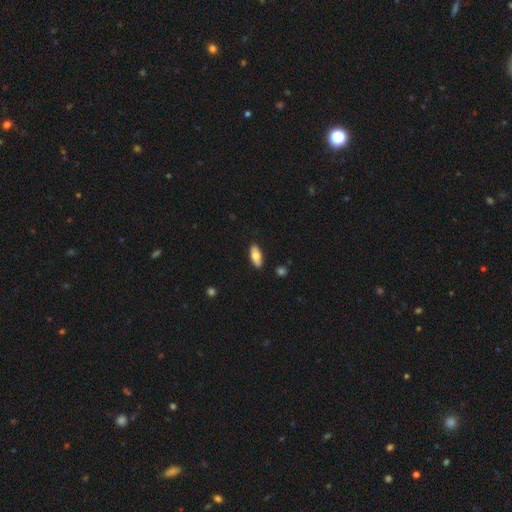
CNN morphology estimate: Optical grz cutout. It shows a smooth galaxy with no disk features (77%) that is in between round and cigar-shaped (82%). Merging: none (87%).